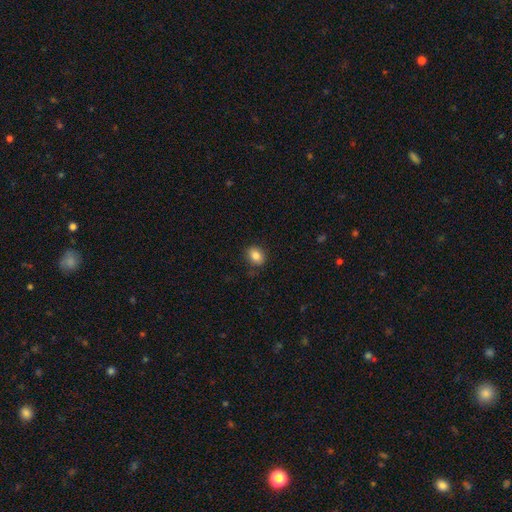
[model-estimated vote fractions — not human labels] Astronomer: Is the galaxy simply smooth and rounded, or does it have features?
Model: smooth — 84%.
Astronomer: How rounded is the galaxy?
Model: round — 50% (runner-up: in between, 49%).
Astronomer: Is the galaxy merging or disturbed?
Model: none — 84%.